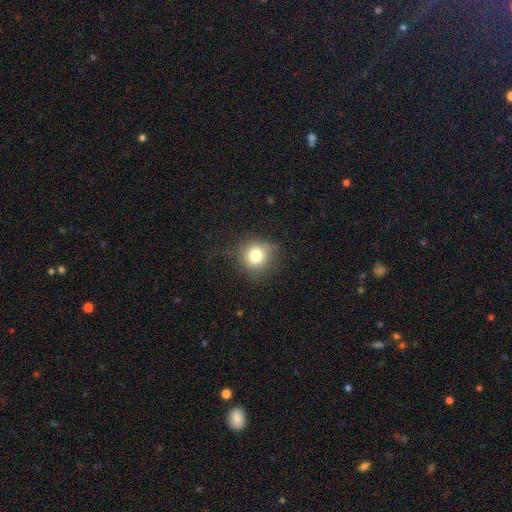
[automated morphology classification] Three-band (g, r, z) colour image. It shows a smooth galaxy with no disk features (79%) that is round (91%). Merging: none (81%).